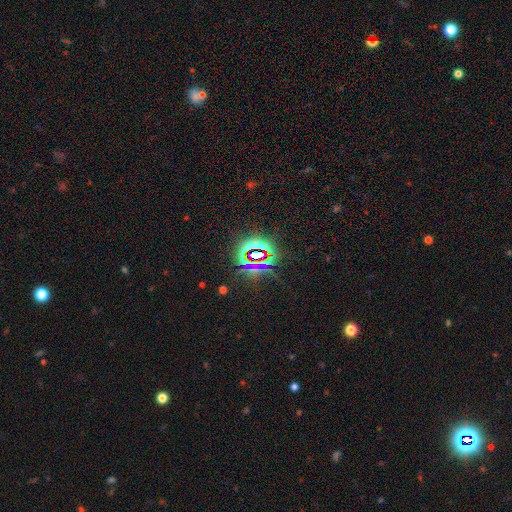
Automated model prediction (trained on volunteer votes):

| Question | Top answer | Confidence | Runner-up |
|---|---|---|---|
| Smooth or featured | star or artifact | 81% | smooth (11%) |